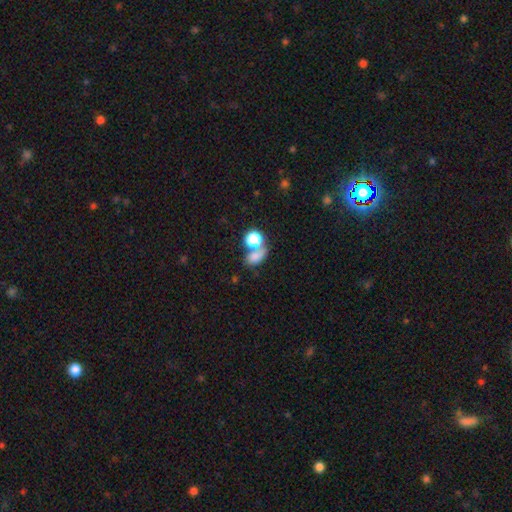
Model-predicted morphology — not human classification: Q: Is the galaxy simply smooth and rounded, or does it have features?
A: smooth — 74%.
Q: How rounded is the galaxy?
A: in between — 64%.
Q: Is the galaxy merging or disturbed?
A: merger — 48%.